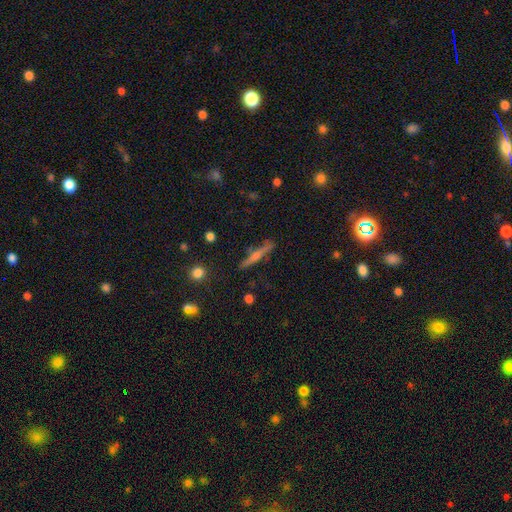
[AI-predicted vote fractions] smooth-or-featured: featured or disk: 61% | smooth: 29% | star or artifact: 9%
  disk-edge-on: yes: 96% | no: 4%
    edge-on-bulge: rounded: 74% | none: 18% | boxy: 8%
  merging: none: 86% | minor disturbance: 9% | major disturbance: 2% | merger: 2%